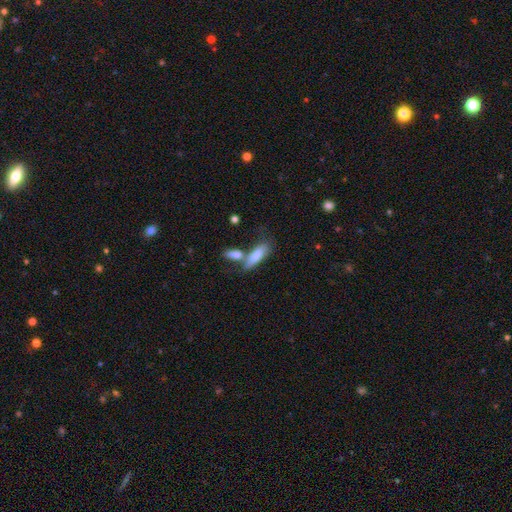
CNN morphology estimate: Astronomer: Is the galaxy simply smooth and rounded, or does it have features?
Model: smooth — 77%.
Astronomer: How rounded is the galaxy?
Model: in between — 58% (runner-up: cigar-shaped, 40%).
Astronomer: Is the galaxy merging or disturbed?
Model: merger — 42% (runner-up: none, 37%).